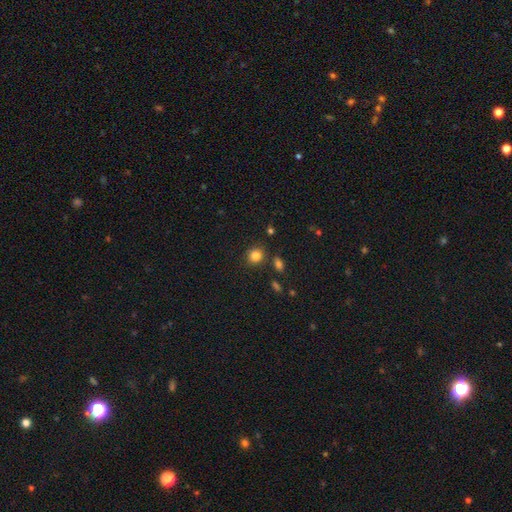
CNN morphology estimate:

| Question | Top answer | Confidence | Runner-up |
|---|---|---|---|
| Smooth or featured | smooth | 83% | star or artifact (12%) |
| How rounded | round | 76% | in between (23%) |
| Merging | none | 82% | minor disturbance (10%) |